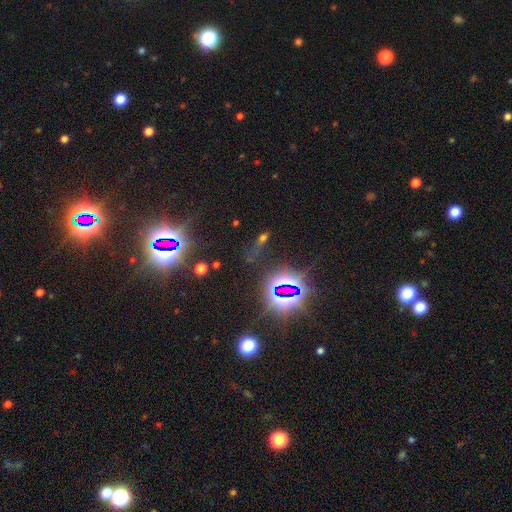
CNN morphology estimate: Smooth or featured: star or artifact — 81% (smooth — 11%)